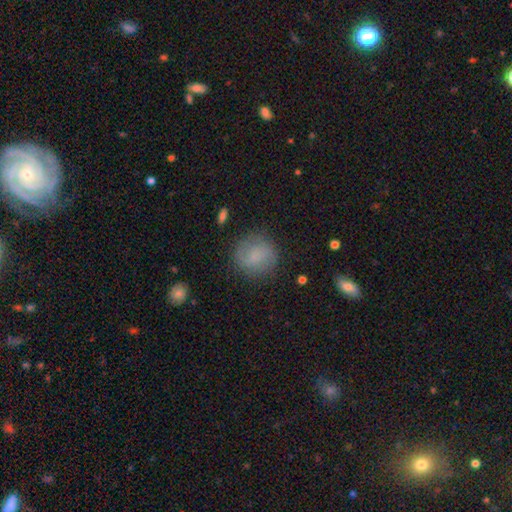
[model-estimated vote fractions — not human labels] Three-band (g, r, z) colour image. It shows a smooth galaxy with no disk features (65%) that is round (87%). Merging: none (80%).